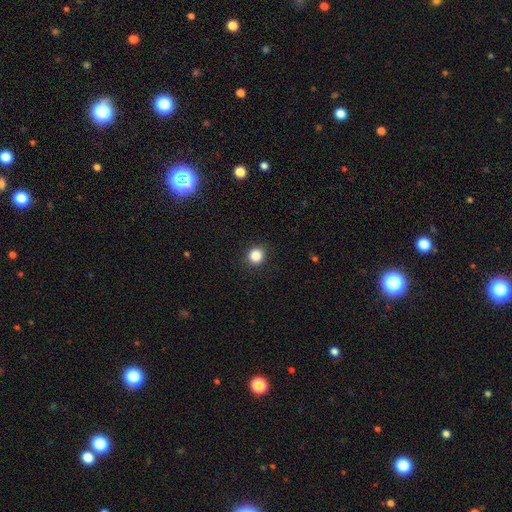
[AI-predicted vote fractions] Smooth or featured? smooth (86%)
How rounded? round (89%)
Merging? none (91%)